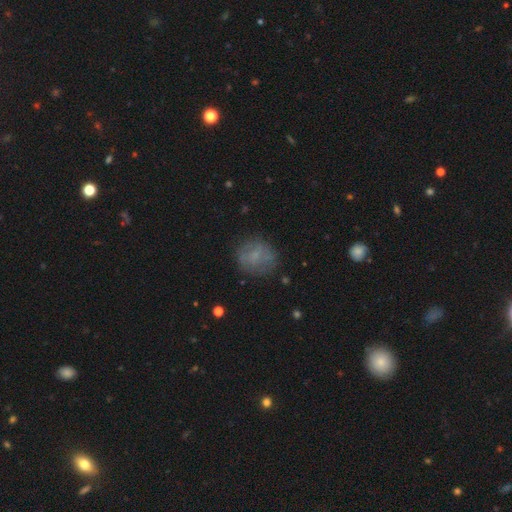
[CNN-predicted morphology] The model was most divided on "smooth or featured": smooth: 61%, featured or disk: 27%, star or artifact: 13%. More confident: how rounded — round (74%); merging — none (72%).